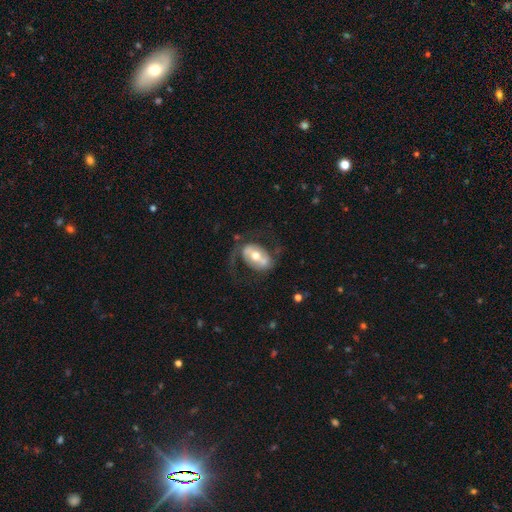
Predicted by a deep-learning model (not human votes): The model was most divided on "bar": strong: 40%, weak: 33%, no: 27%. Remaining: edge-on disk — no (94%); spiral arm count — 2 (82%); spiral arms — yes (75%); smooth or featured — featured or disk (71%); bulge size — moderate (70%); merging — none (54%); spiral winding — loose (49%).